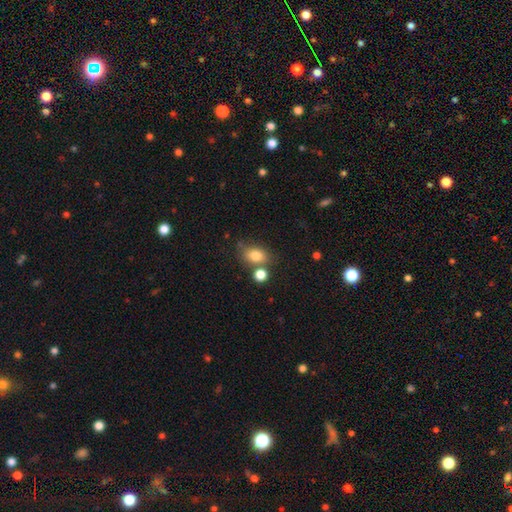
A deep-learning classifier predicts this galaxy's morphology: The model was most divided on "merging": none: 60%, merger: 20%, minor disturbance: 15%, major disturbance: 5%. More confident: smooth or featured — smooth (80%); how rounded — in between (71%).